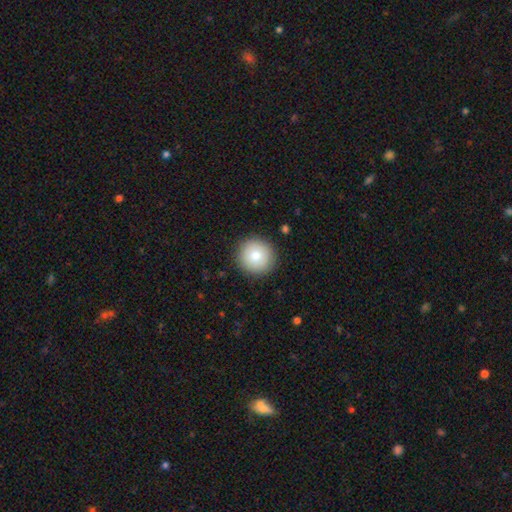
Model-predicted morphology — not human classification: smooth 81%, featured or disk 11%, star or artifact 8%. Down the decision tree: how rounded — round (95%); merging — none (90%).